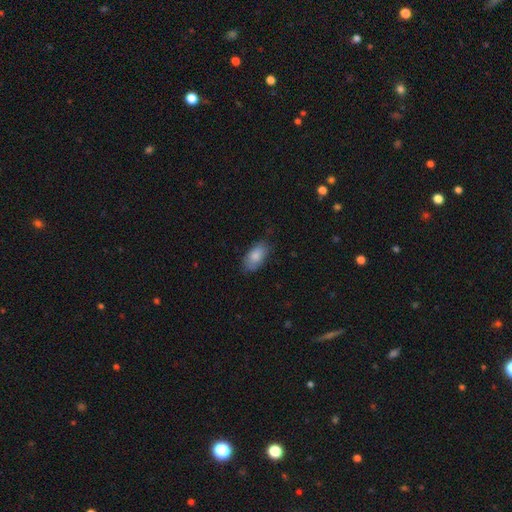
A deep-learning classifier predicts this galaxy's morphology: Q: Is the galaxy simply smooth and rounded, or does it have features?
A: smooth — 82%.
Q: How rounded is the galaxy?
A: in between — 93%.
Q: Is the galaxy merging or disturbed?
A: none — 73%.